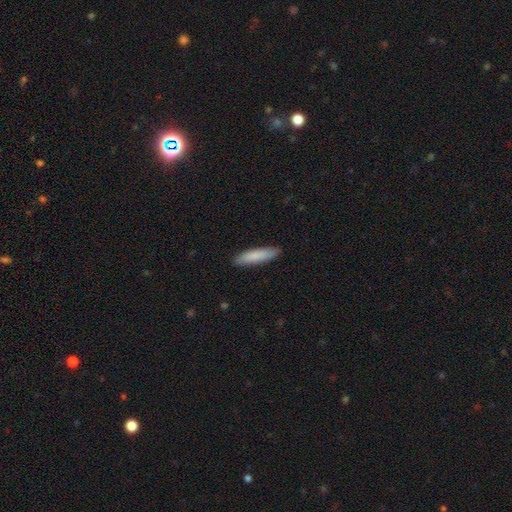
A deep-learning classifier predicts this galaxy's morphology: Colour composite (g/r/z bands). It shows a smooth galaxy with no disk features (84%) that is cigar-shaped (79%). Merging: none (89%).